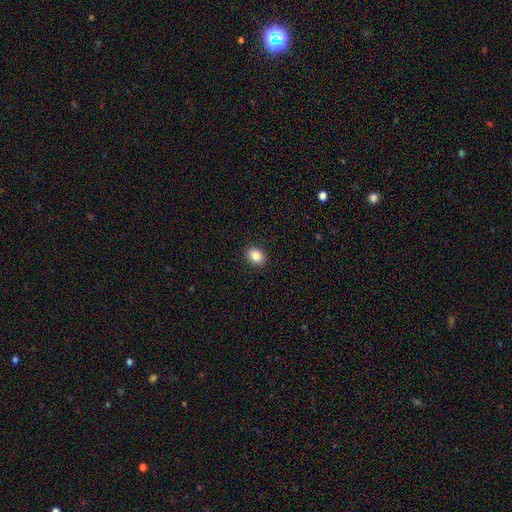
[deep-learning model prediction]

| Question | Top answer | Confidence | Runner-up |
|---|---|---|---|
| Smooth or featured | smooth | 86% | star or artifact (9%) |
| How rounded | in between | 64% | round (35%) |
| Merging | none | 90% | minor disturbance (7%) |